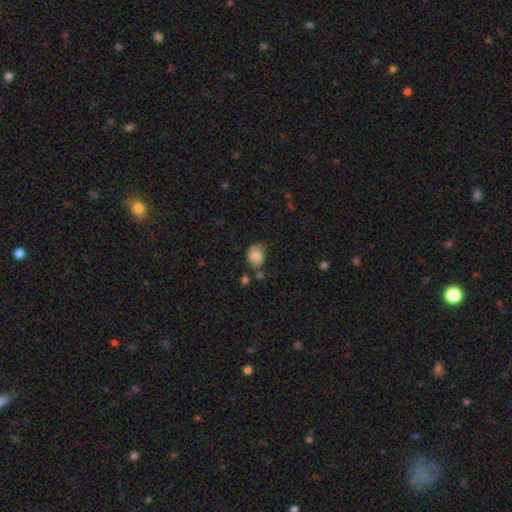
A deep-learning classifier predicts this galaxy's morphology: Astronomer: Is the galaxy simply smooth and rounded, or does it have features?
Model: smooth — 79%.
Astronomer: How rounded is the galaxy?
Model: round — 51% (runner-up: in between, 48%).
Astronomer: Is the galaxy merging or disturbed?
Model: none — 53% (runner-up: minor disturbance, 30%).